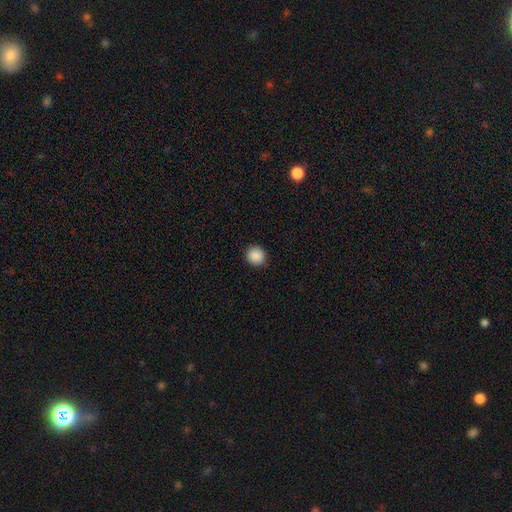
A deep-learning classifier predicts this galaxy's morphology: Overall: smooth (89%). How rounded: round (88%). Merging: none (90%).